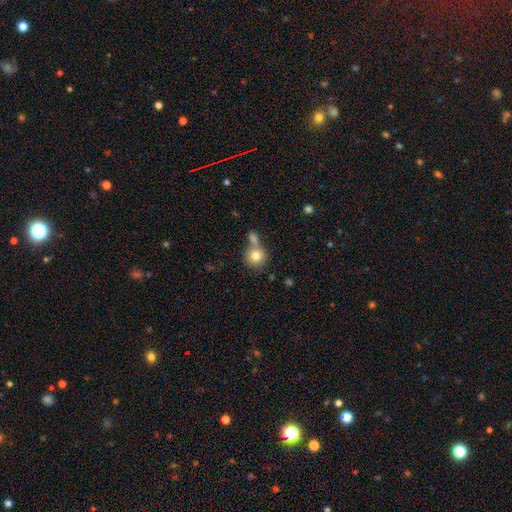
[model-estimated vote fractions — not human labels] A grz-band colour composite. It shows a smooth galaxy with no disk features (79%) that is round (89%). Merging: none (53%).